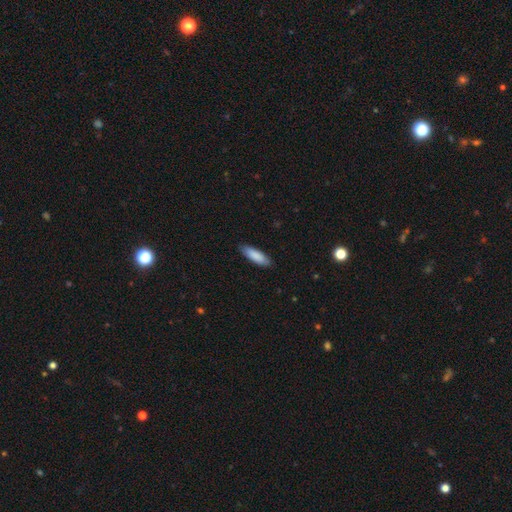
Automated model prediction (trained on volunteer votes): Smooth or featured: smooth — 88% (featured or disk — 7%)
How rounded: in between — 55% (cigar-shaped — 43%)
Merging: none — 86% (minor disturbance — 11%)